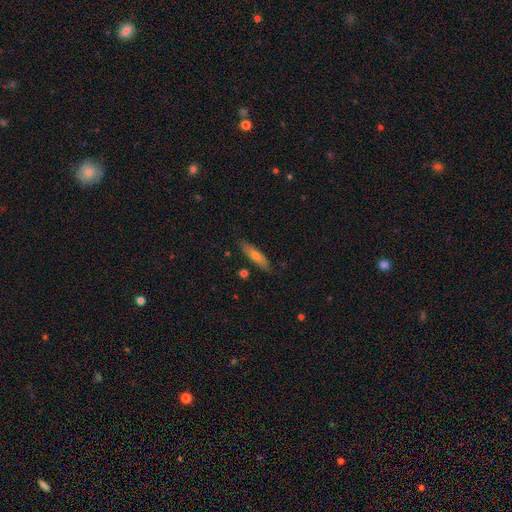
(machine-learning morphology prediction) smooth_or_featured: smooth (p=0.61) [alt: featured or disk p=0.32]
how_rounded: cigar-shaped (p=0.79) [alt: in between p=0.20]
merging: none (p=0.85) [alt: minor disturbance p=0.11]